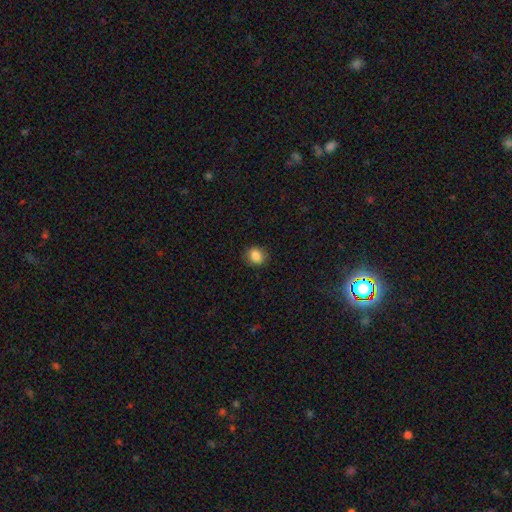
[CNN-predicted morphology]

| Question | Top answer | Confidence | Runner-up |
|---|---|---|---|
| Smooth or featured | smooth | 86% | star or artifact (10%) |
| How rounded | round | 61% | in between (38%) |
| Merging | none | 86% | minor disturbance (10%) |